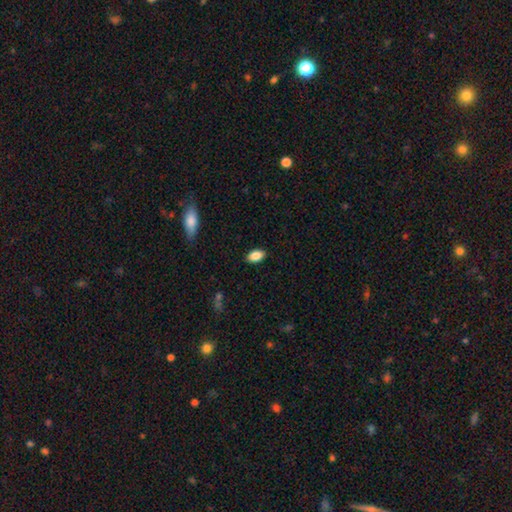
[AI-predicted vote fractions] This appears to be a smooth galaxy with no disk features (86%) that is in between round and cigar-shaped (91%). Merging: none (88%).